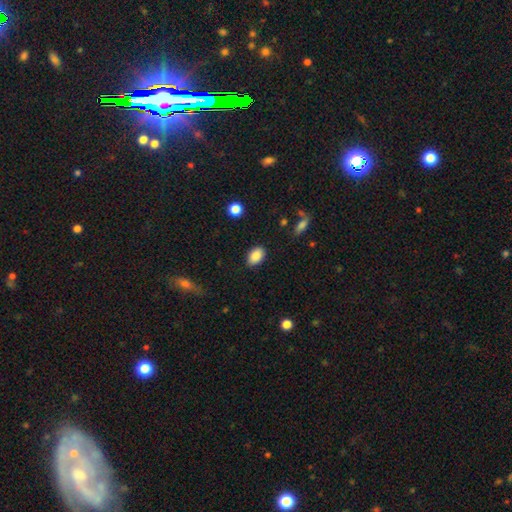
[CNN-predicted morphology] Smooth or featured?
  - smooth: 86% *
  - star or artifact: 8%
  - featured or disk: 6%
How rounded?
  - in between: 87% *
  - round: 12%
  - cigar-shaped: 1%
Merging?
  - none: 84% *
  - minor disturbance: 12%
  - major disturbance: 3%
  - merger: 1%